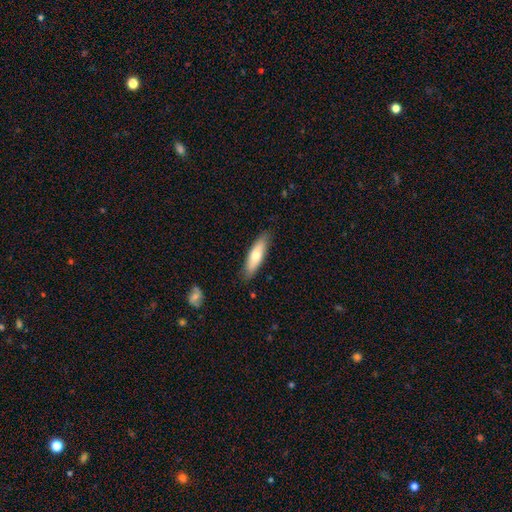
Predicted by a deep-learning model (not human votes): This appears to be a smooth galaxy with no disk features (68%) that is cigar-shaped (58%). Merging: none (84%).